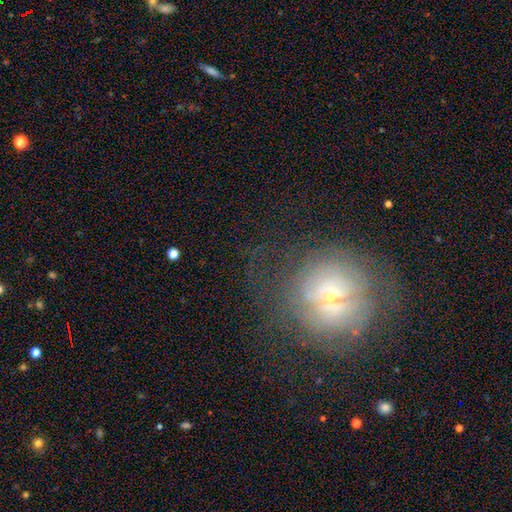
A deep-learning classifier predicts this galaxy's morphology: The model was most divided on "smooth or featured": featured or disk: 44%, smooth: 33%, star or artifact: 23%. More confident: merging — none (62%).